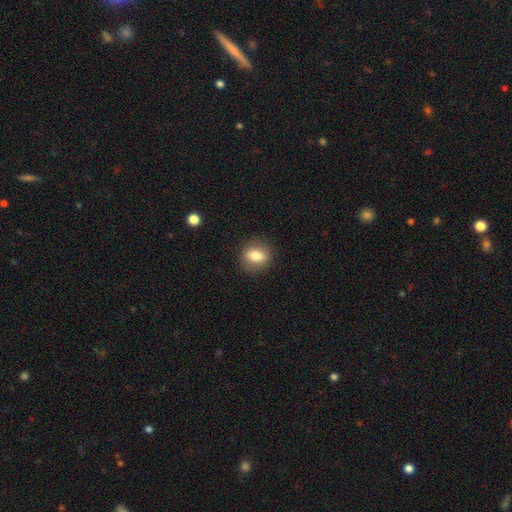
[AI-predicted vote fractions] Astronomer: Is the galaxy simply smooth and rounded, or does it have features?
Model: smooth — 72%.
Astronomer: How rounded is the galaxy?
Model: round — 51% (runner-up: in between, 45%).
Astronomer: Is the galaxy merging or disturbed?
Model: none — 87%.